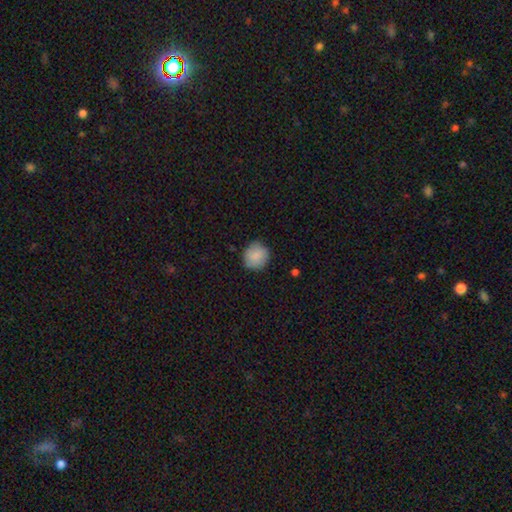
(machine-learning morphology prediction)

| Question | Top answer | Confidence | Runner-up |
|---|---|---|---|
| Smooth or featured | smooth | 88% | star or artifact (7%) |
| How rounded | round | 89% | in between (10%) |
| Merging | none | 84% | minor disturbance (13%) |